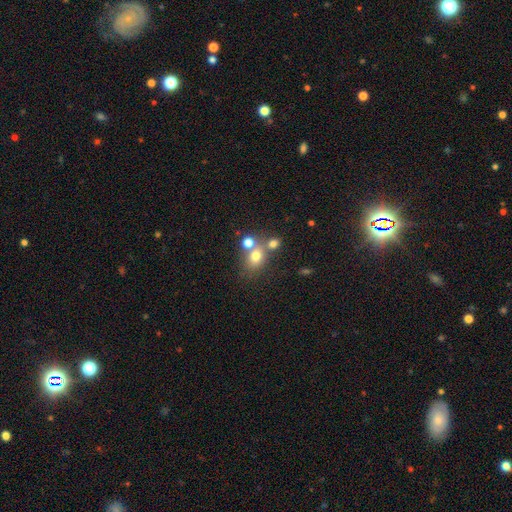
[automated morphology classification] A smooth galaxy with no disk features (71%) that is round (56%).

Vote fractions:
- Smooth or featured? smooth: 71% / star or artifact: 15% / featured or disk: 14%
- How rounded? round: 56% / in between: 42% / cigar-shaped: 1%
- Merging? none: 49% / merger: 35% / minor disturbance: 11% / major disturbance: 5%